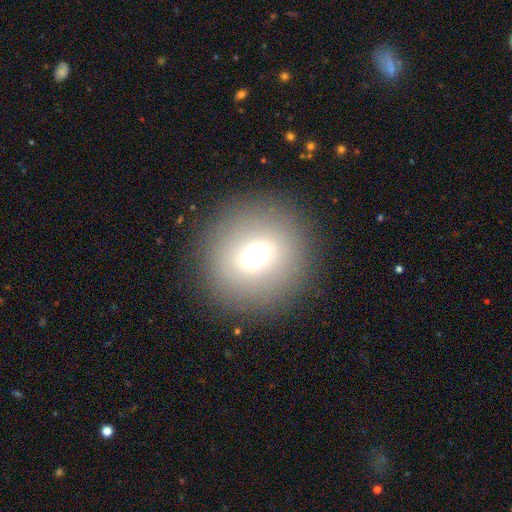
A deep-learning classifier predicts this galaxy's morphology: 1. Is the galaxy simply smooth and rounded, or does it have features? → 64% smooth, 21% star or artifact, 15% featured or disk.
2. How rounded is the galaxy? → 87% round, 12% in between, 1% cigar-shaped.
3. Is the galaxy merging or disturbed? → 87% none, 7% minor disturbance, 4% major disturbance, 2% merger.